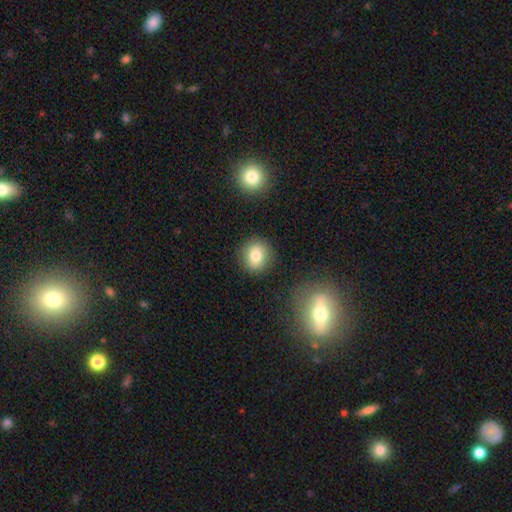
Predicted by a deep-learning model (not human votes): smooth_or_featured: smooth (p=0.80) [alt: star or artifact p=0.10]
how_rounded: round (p=0.81) [alt: in between p=0.18]
merging: none (p=0.86) [alt: minor disturbance p=0.09]